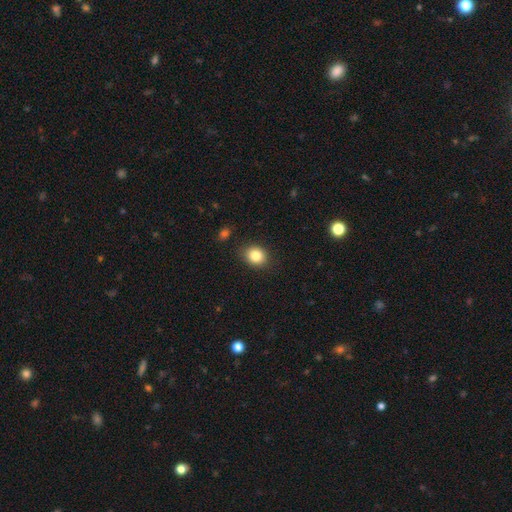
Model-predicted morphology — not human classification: The model was most divided on "how rounded": round: 60%, in between: 39%, cigar-shaped: 1%. More confident: merging — none (86%); smooth or featured — smooth (84%).